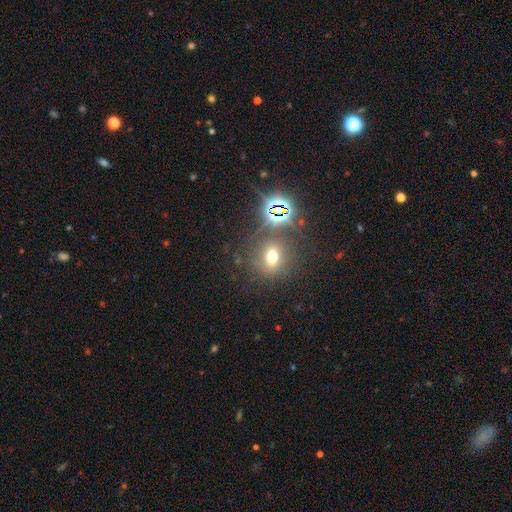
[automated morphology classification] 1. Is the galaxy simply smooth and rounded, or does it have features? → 49% star or artifact, 40% smooth, 11% featured or disk.